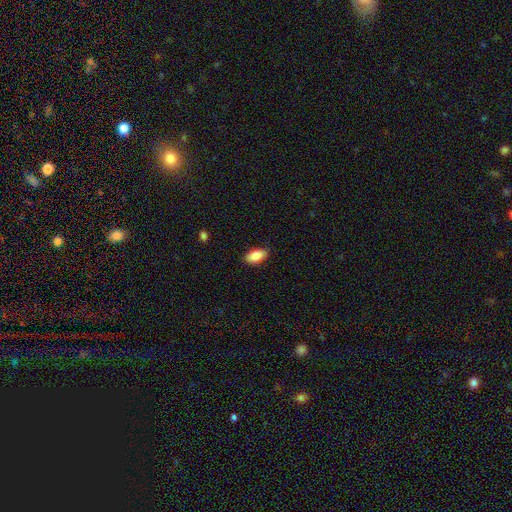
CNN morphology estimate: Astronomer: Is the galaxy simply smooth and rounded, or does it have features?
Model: smooth — 86%.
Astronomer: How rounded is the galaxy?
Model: in between — 92%.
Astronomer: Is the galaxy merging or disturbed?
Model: none — 85%.